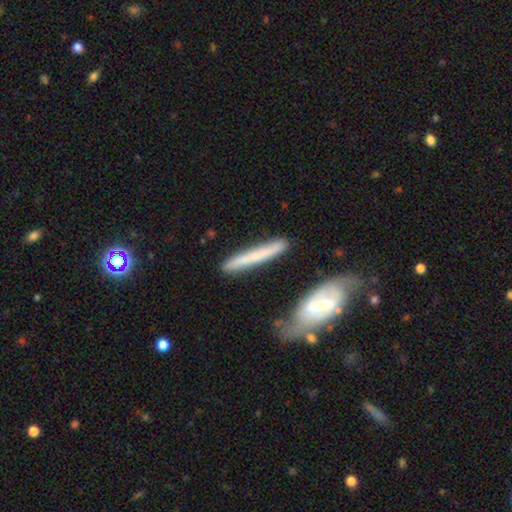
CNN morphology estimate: Q: Smooth or featured?
A: smooth (51%); runner-up: featured or disk (43%)
Q: How rounded?
A: cigar-shaped (94%); runner-up: in between (4%)
Q: Merging?
A: none (76%); runner-up: minor disturbance (15%)